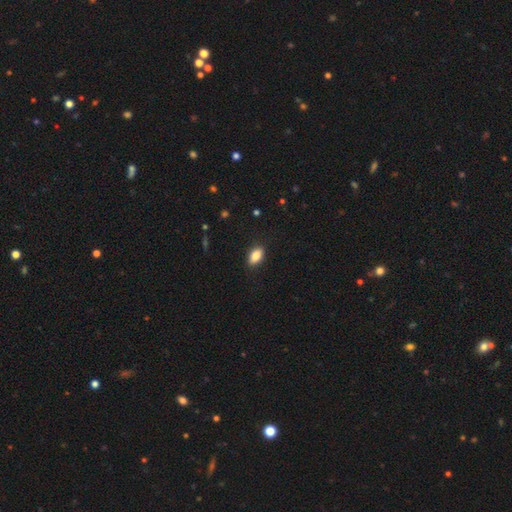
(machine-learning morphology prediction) smooth_or_featured: smooth (p=0.84) [alt: featured or disk p=0.08]
how_rounded: in between (p=0.89) [alt: round p=0.06]
merging: none (p=0.87) [alt: minor disturbance p=0.10]